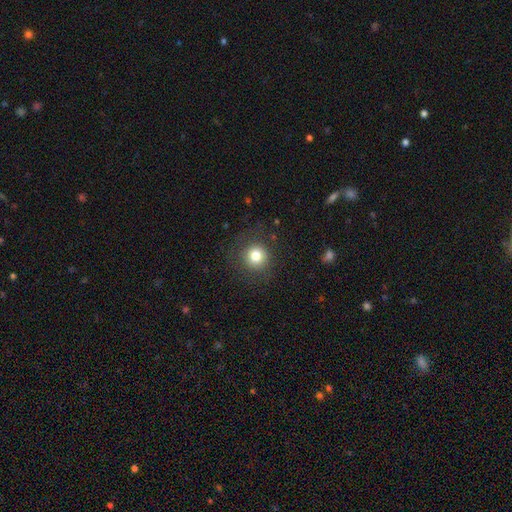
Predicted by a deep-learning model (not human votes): Q: Smooth or featured?
A: smooth (79%); runner-up: star or artifact (12%)
Q: How rounded?
A: round (93%); runner-up: in between (6%)
Q: Merging?
A: none (85%); runner-up: minor disturbance (9%)